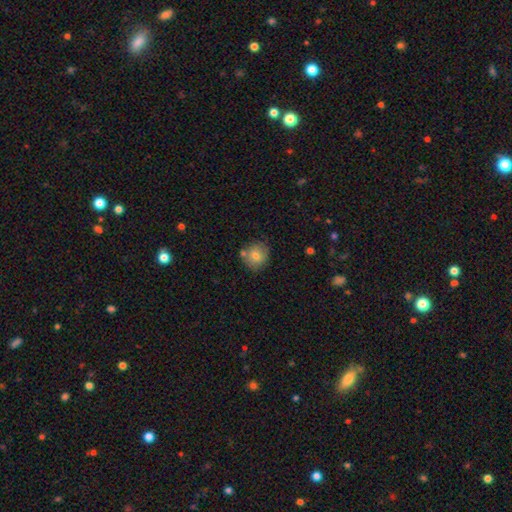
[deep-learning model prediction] Overall: smooth (75%). How rounded: round (83%). Merging: none (69%).